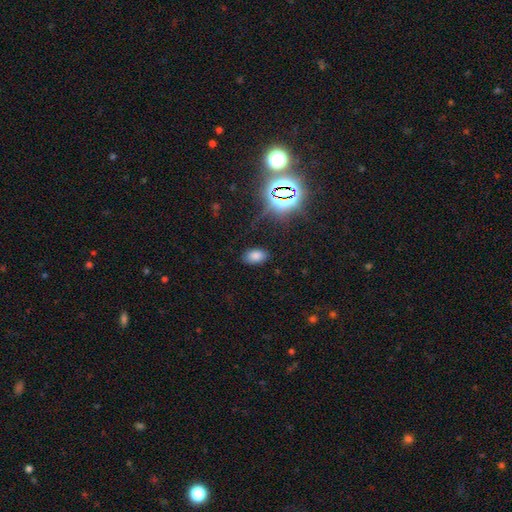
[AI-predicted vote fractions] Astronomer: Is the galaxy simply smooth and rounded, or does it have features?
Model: smooth — 75%.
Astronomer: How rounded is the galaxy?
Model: in between — 91%.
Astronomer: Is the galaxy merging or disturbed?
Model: none — 83%.